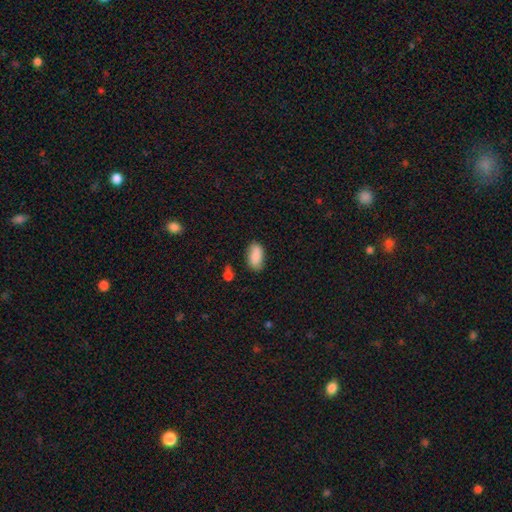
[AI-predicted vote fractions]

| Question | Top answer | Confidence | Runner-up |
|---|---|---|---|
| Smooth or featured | smooth | 87% | star or artifact (7%) |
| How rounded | in between | 93% | round (4%) |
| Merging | none | 77% | minor disturbance (17%) |